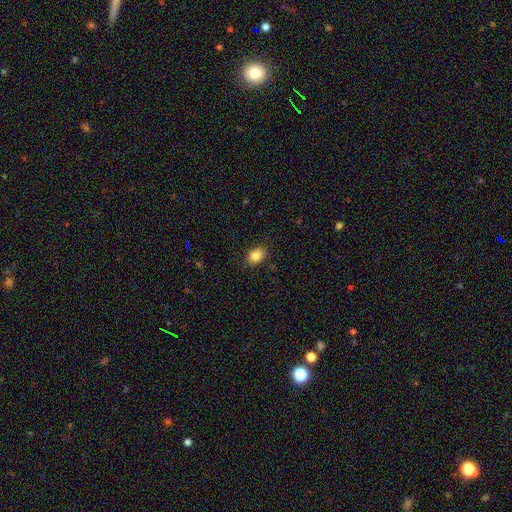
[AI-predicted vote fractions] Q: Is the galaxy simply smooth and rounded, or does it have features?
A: smooth — 84%.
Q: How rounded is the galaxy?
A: in between — 69%.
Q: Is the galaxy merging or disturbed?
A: none — 86%.